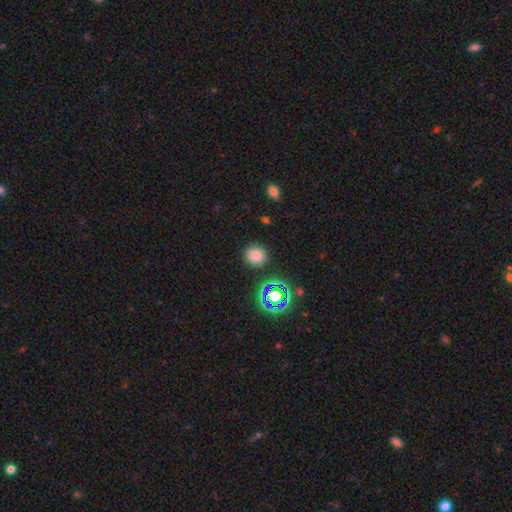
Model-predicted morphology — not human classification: A smooth galaxy with no disk features (77%) that is round (88%). Merging: none (87%).